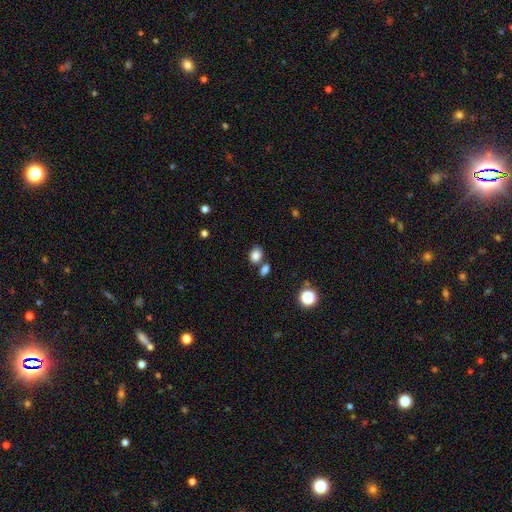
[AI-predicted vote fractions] Smooth or featured? smooth (84%)
How rounded? in between (66%)
Merging? none (62%)